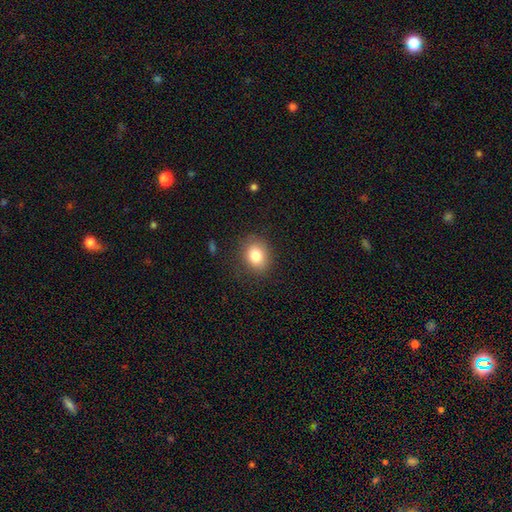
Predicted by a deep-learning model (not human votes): A smooth galaxy with no disk features (83%) that is in between round and cigar-shaped (51%).

Vote fractions:
- Smooth or featured? smooth: 83% / star or artifact: 9% / featured or disk: 8%
- How rounded? in between: 51% / round: 48% / cigar-shaped: 1%
- Merging? none: 83% / minor disturbance: 12% / major disturbance: 4% / merger: 1%